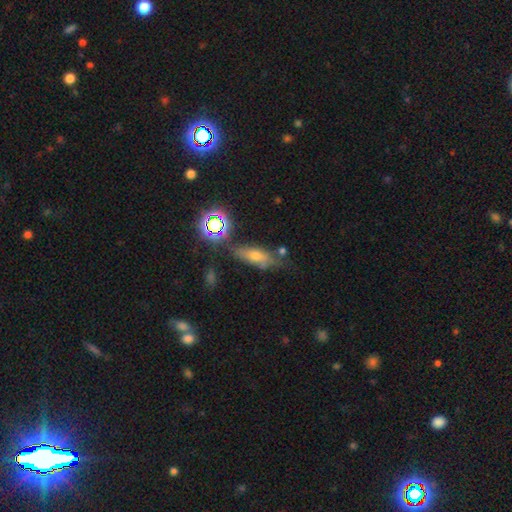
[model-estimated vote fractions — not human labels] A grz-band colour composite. It shows a smooth galaxy with no disk features (50%) that is in between round and cigar-shaped (61%). Merging: none (62%).